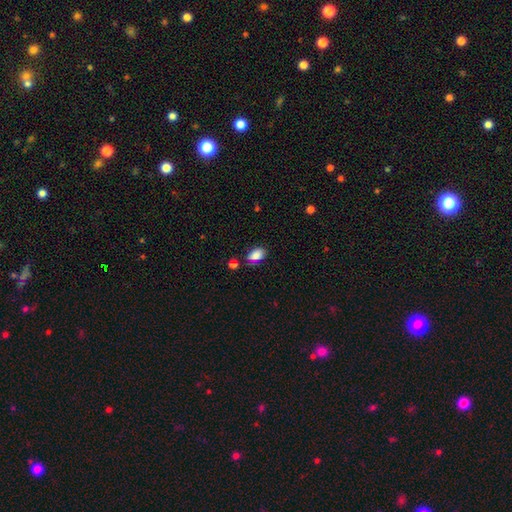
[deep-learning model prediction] smooth 83%, star or artifact 11%, featured or disk 5%. Down the decision tree: how rounded — in between (88%); merging — none (68%).